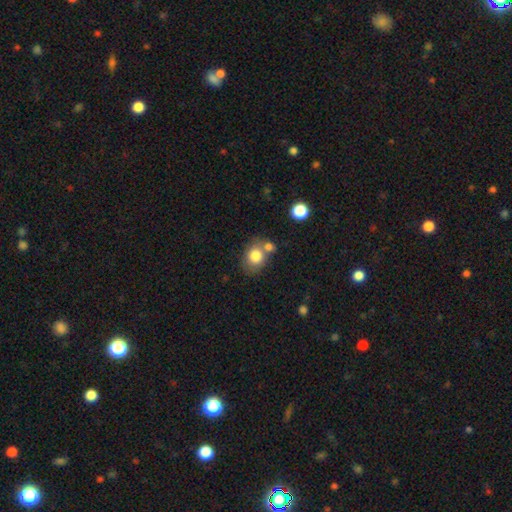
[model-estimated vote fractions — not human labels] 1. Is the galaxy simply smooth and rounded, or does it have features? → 80% smooth, 11% featured or disk, 9% star or artifact.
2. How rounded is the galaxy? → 59% round, 40% in between, 1% cigar-shaped.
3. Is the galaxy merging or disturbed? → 51% none, 29% merger, 14% minor disturbance, 5% major disturbance.